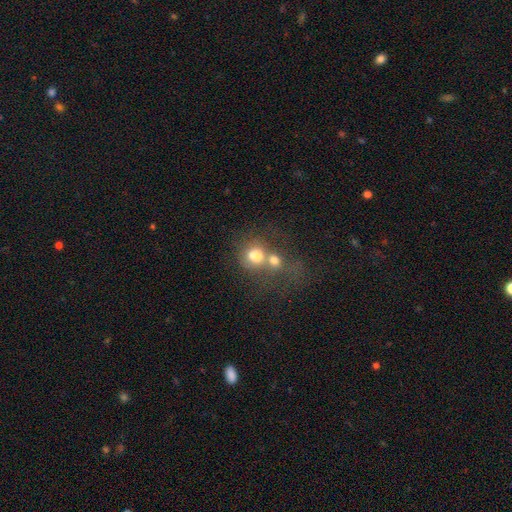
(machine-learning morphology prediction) smooth 69%, featured or disk 19%, star or artifact 12%. Down the decision tree: how rounded — round (68%); merging — merger (65%).